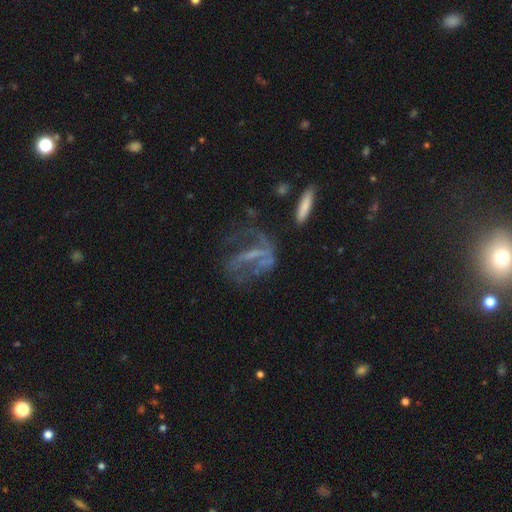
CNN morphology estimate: Smooth or featured? Predicted: featured or disk (p=0.64). Edge-on disk? Predicted: no (p=0.89). Bar? Predicted: strong (p=0.37, tied with no). Spiral arms? Predicted: no (p=0.54). Bulge size? Predicted: none (p=0.65). Merging? Predicted: major disturbance (p=0.39).